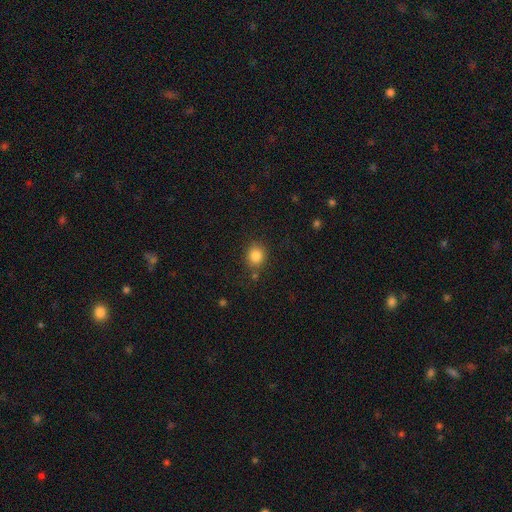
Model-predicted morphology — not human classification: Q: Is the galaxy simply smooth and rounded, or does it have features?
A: smooth — 84%.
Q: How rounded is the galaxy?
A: round — 73%.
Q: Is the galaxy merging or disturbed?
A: none — 81%.